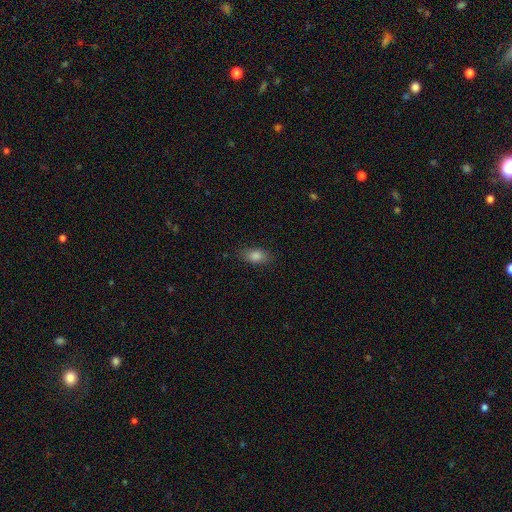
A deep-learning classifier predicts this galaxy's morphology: Smooth or featured?
  - smooth: 82% *
  - star or artifact: 11%
  - featured or disk: 8%
How rounded?
  - in between: 84% *
  - round: 9%
  - cigar-shaped: 7%
Merging?
  - none: 83% *
  - minor disturbance: 13%
  - major disturbance: 3%
  - merger: 1%